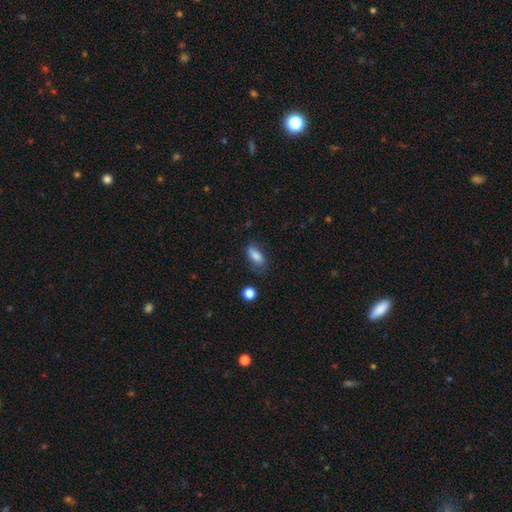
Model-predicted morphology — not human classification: The model was most divided on "merging": none: 58%, minor disturbance: 29%, major disturbance: 11%, merger: 3%. More confident: how rounded — in between (81%); smooth or featured — smooth (78%).